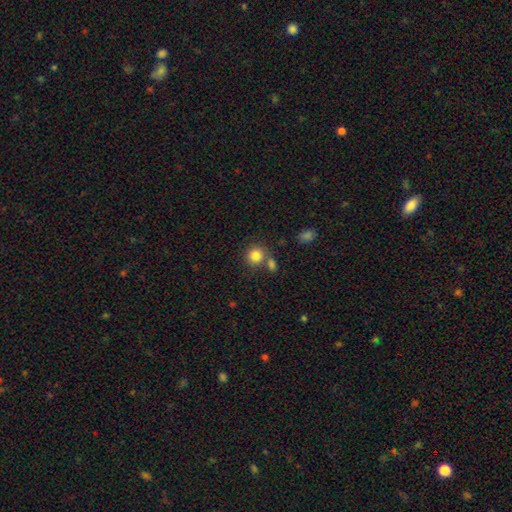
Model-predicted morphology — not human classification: Smooth or featured?
  - smooth: 83% *
  - star or artifact: 10%
  - featured or disk: 6%
How rounded?
  - round: 86% *
  - in between: 13%
  - cigar-shaped: 1%
Merging?
  - none: 66% *
  - merger: 21%
  - minor disturbance: 10%
  - major disturbance: 4%